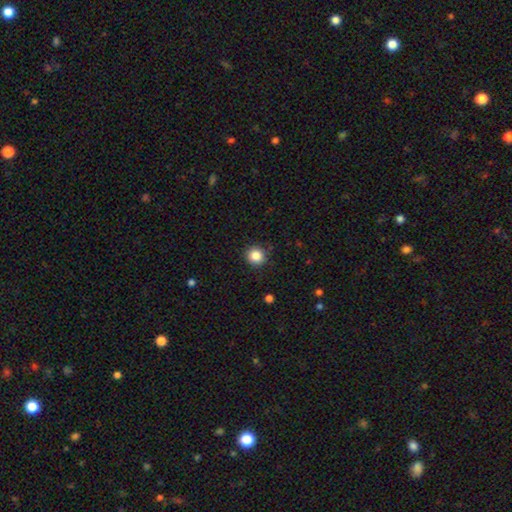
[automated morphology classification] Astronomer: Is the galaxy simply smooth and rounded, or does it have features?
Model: smooth — 85%.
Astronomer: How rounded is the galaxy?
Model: round — 93%.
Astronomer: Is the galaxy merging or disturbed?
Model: none — 89%.